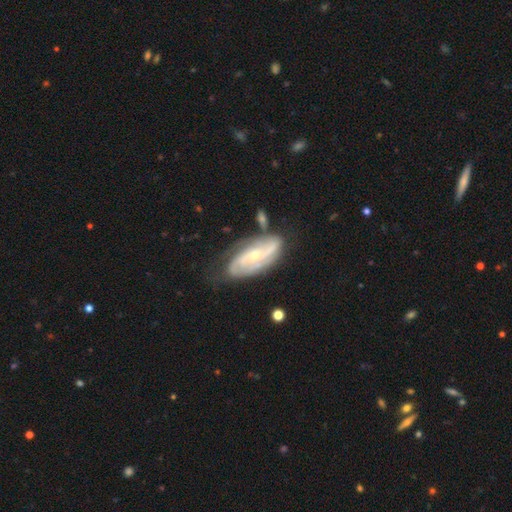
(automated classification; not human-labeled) Morphology: type=featured or disk (80%); edge-on=no (92%); bar=no (56%); spiral arms=yes (93%); winding=medium (41%); arm count=2 (55%); bulge=small (64%); merging=none (61%).